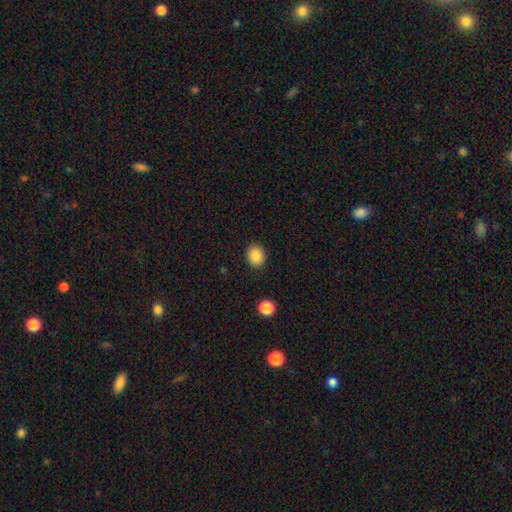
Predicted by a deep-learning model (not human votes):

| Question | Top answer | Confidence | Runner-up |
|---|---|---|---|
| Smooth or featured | smooth | 86% | star or artifact (9%) |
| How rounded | round | 67% | in between (32%) |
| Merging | none | 89% | minor disturbance (7%) |